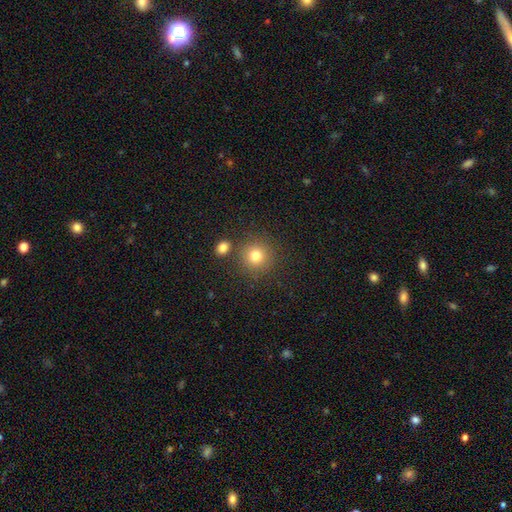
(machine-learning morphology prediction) smooth_or_featured: smooth (p=0.79) [alt: star or artifact p=0.13]
how_rounded: round (p=0.92) [alt: in between p=0.07]
merging: none (p=0.82) [alt: minor disturbance p=0.08]